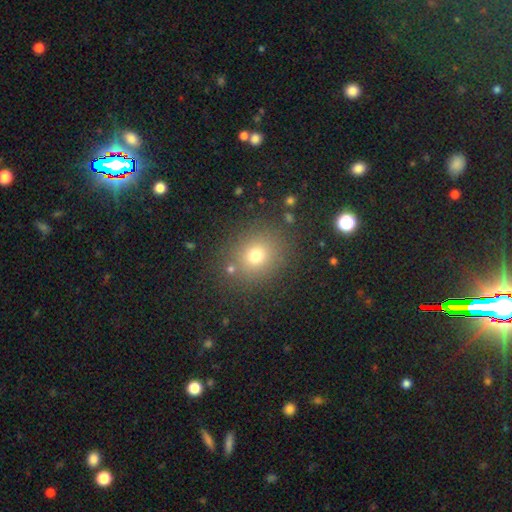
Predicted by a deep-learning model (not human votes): Smooth or featured: smooth — 72% (star or artifact — 19%)
How rounded: round — 76% (in between — 23%)
Merging: none — 83% (minor disturbance — 9%)